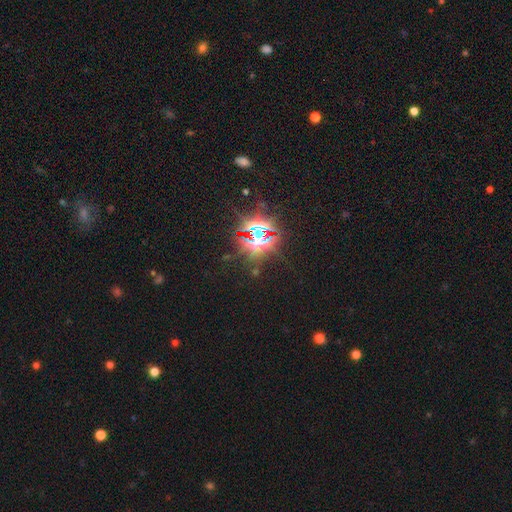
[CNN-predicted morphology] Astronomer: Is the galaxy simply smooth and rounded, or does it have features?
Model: star or artifact — 85%.